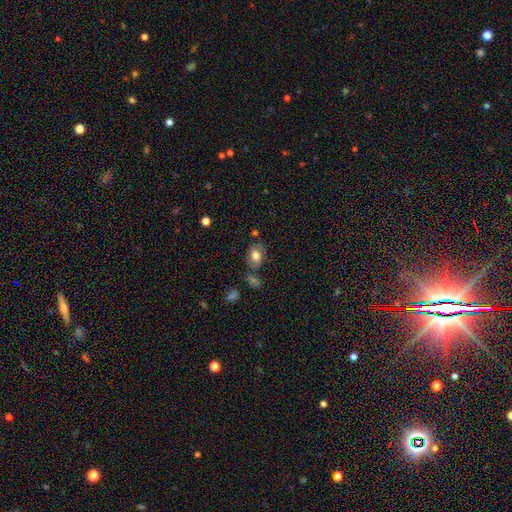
A smooth galaxy with no disk features (74%) that is in between round and cigar-shaped (75%).

Vote fractions:
- Smooth or featured? smooth: 74% / featured or disk: 26% / star or artifact: 0%
- How rounded? in between: 75% / round: 21% / cigar-shaped: 4%
- Merging? none: 63% / minor disturbance: 29% / major disturbance: 5% / merger: 3%